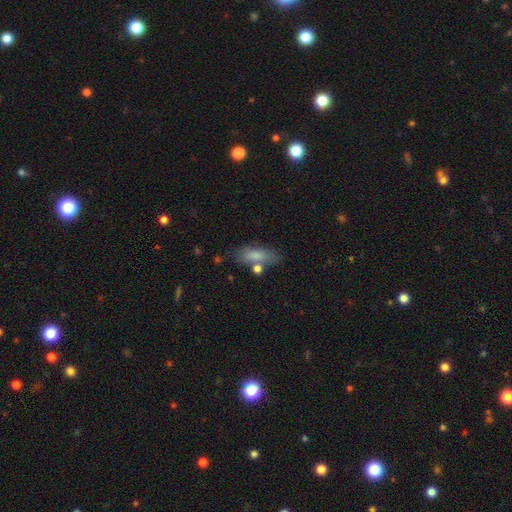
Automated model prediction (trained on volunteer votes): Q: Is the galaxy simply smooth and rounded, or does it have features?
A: smooth — 78%.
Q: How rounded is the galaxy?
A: in between — 67%.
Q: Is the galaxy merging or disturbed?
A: none — 62%.